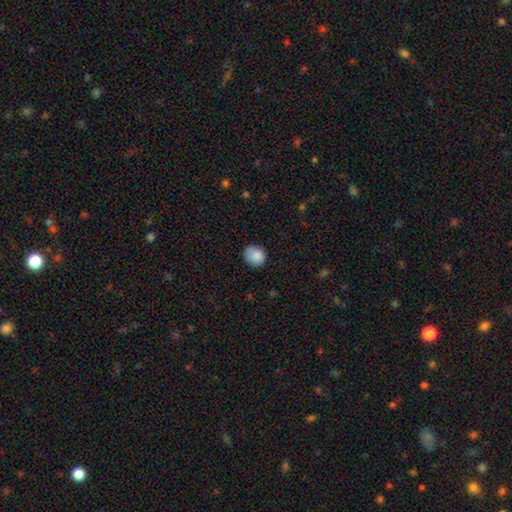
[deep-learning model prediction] Overall: smooth (87%). How rounded: round (70%). Merging: none (75%).